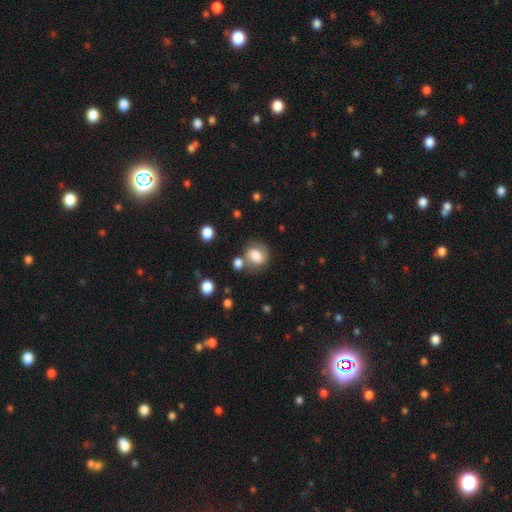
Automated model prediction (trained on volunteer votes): Morphology: type=smooth (55%); roundness=round (60%); merging=none (60%).